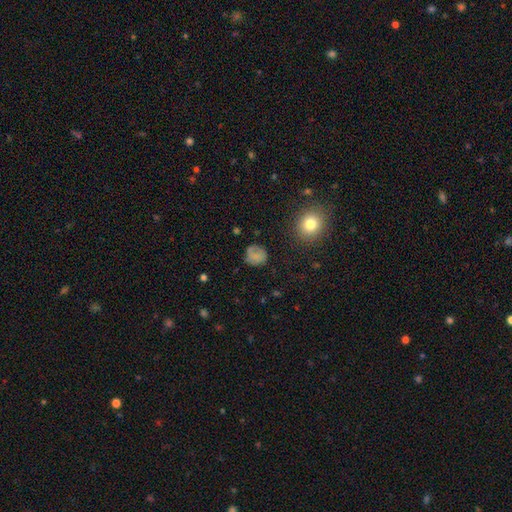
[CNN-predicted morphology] Smooth or featured? smooth (73%)
How rounded? round (83%)
Merging? none (69%)